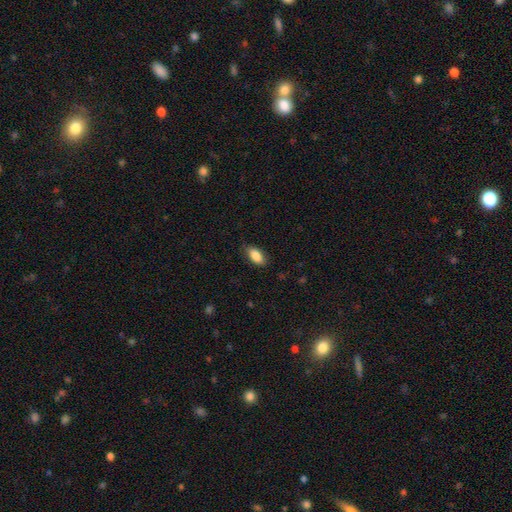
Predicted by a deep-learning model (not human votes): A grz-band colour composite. It shows a smooth galaxy with no disk features (86%) that is in between round and cigar-shaped (89%). Merging: none (81%).